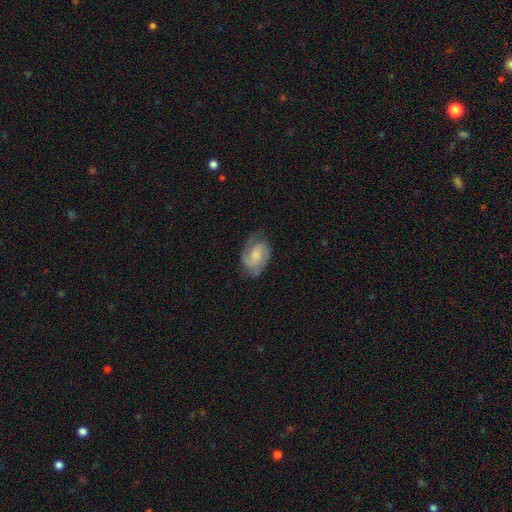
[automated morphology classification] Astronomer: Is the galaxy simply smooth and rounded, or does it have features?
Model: featured or disk — 71%.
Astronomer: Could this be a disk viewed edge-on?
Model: no — 97%.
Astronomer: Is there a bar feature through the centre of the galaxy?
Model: no — 61%.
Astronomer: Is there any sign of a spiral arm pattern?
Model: yes — 94%.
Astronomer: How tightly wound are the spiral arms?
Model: medium — 45% (runner-up: tight, 41%).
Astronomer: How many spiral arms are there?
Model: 2 — 73%.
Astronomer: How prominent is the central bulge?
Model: small — 45% (runner-up: moderate, 34%).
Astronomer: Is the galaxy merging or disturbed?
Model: none — 67%.